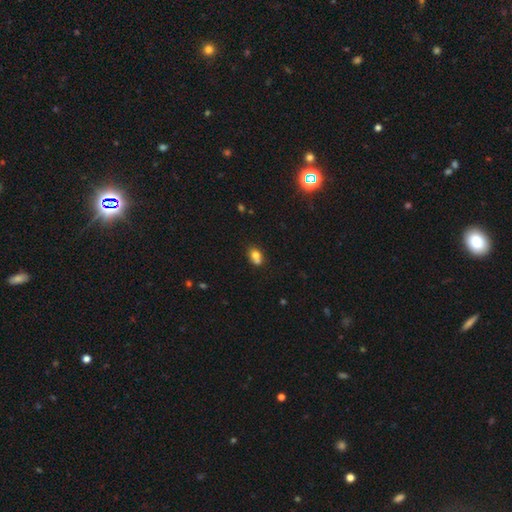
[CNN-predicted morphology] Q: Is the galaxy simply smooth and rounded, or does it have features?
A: smooth — 72%.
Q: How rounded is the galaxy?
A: in between — 56%.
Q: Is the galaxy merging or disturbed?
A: merger — 42%.